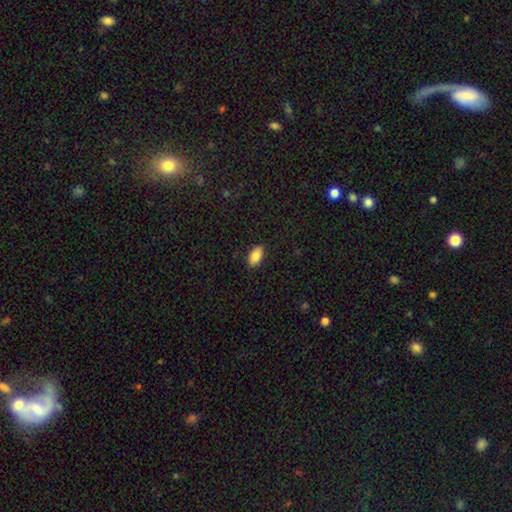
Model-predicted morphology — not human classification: A smooth galaxy with no disk features (87%) that is in between round and cigar-shaped (93%). Merging: none (87%).